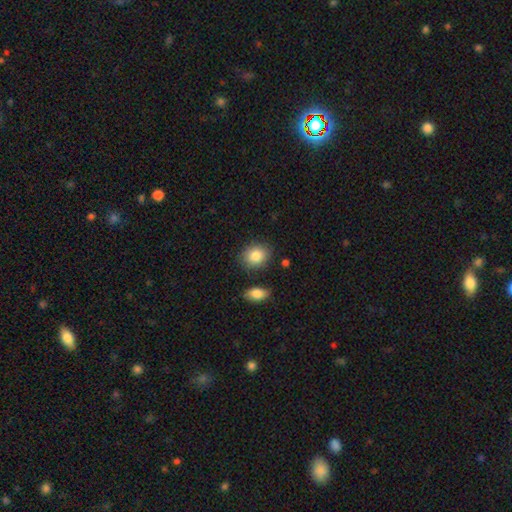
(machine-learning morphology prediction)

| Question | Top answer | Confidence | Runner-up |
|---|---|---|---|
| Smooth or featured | smooth | 85% | star or artifact (8%) |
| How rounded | round | 57% | in between (42%) |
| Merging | none | 83% | minor disturbance (10%) |